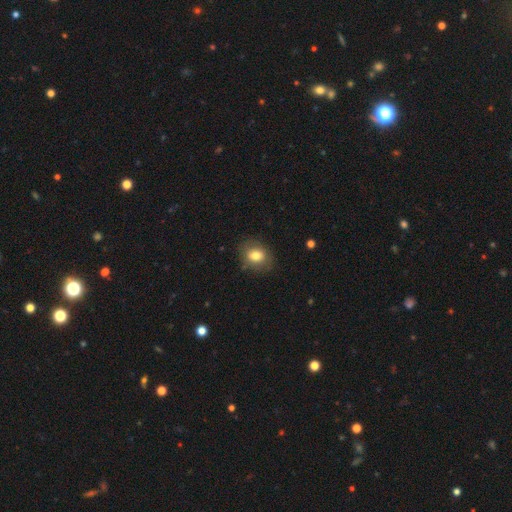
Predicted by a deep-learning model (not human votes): smooth-or-featured: smooth: 78% | featured or disk: 12% | star or artifact: 9%
  how-rounded: round: 52% | in between: 47% | cigar-shaped: 1%
  merging: none: 79% | minor disturbance: 15% | major disturbance: 5% | merger: 1%